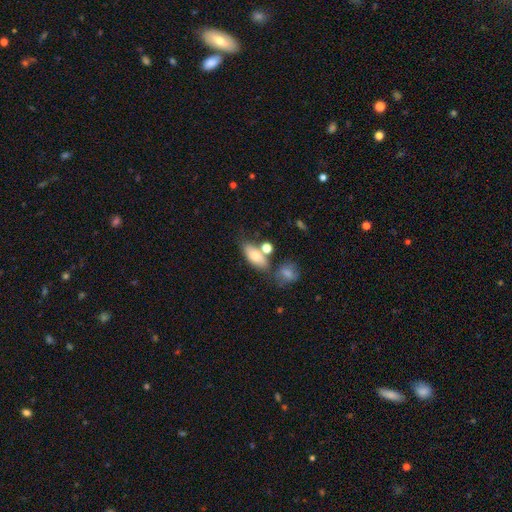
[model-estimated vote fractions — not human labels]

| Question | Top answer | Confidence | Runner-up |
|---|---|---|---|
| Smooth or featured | smooth | 74% | featured or disk (18%) |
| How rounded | in between | 82% | cigar-shaped (11%) |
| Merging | none | 54% | merger (22%) |